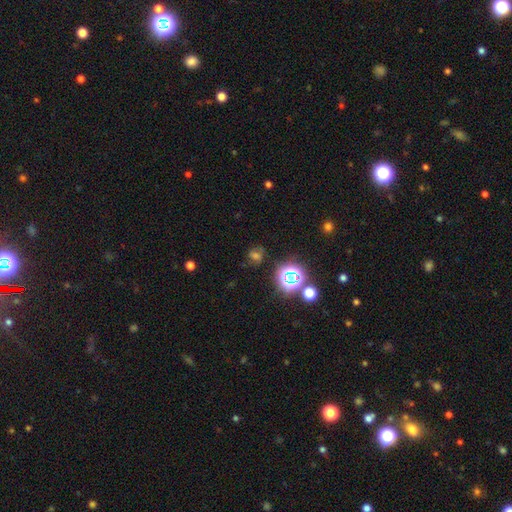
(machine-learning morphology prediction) Smooth or featured: star or artifact — 43% (smooth — 41%)